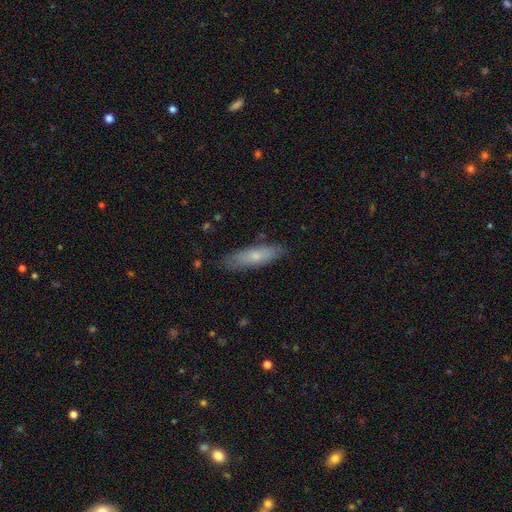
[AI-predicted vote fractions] A smooth galaxy with no disk features (66%) that is cigar-shaped (64%). Merging: none (81%).